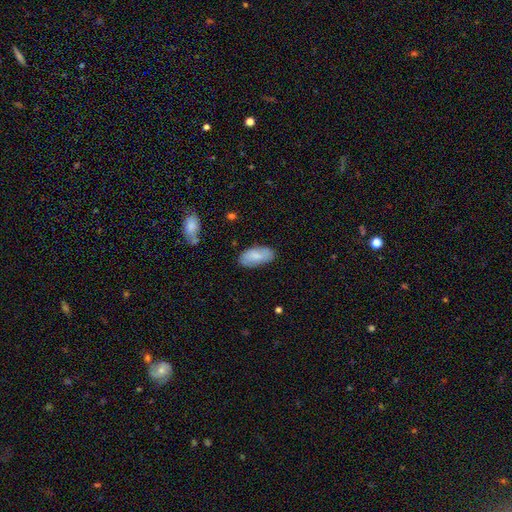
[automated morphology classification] Smooth or featured? smooth (77%)
How rounded? in between (92%)
Merging? none (79%)